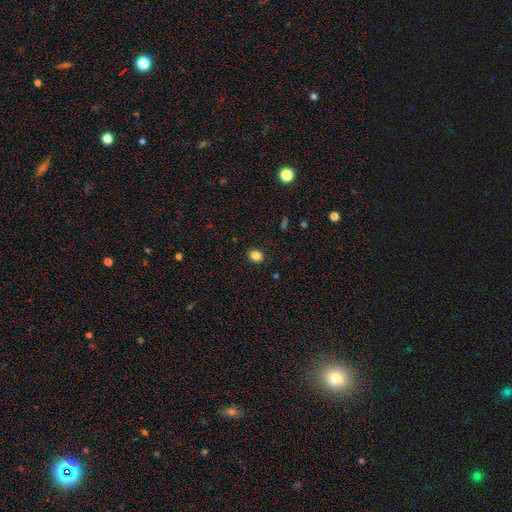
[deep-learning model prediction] smooth-or-featured: smooth: 84% | star or artifact: 11% | featured or disk: 5%
  how-rounded: round: 62% | in between: 38% | cigar-shaped: 1%
  merging: none: 89% | minor disturbance: 8% | major disturbance: 2% | merger: 1%